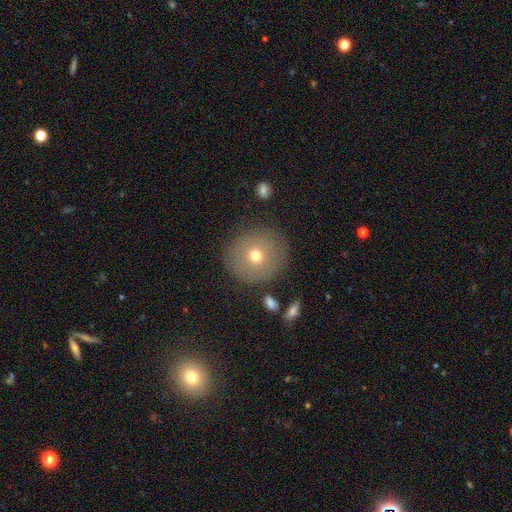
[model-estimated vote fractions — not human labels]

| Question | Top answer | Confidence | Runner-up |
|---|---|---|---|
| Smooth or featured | smooth | 65% | featured or disk (24%) |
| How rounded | round | 90% | in between (9%) |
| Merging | none | 84% | minor disturbance (10%) |